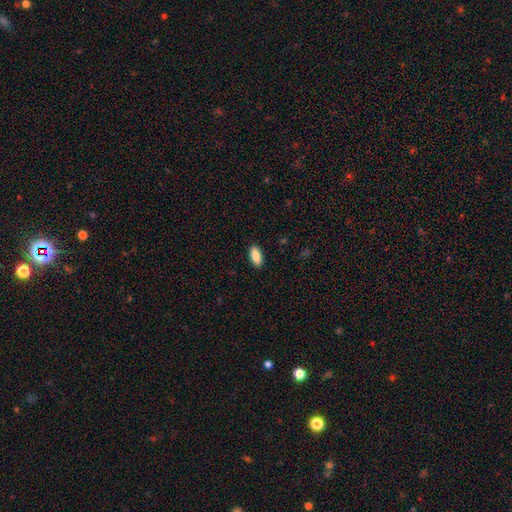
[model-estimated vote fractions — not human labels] Overall: smooth (88%). How rounded: in between (89%). Merging: none (90%).